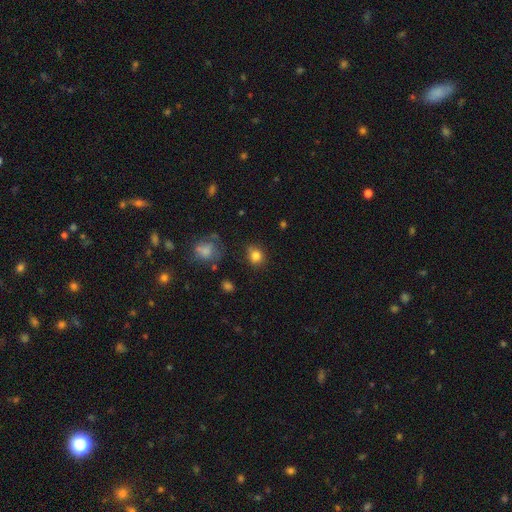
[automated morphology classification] This is clearly a smooth galaxy (82%). How rounded: likely round (75%). Merging: likely none (77%).